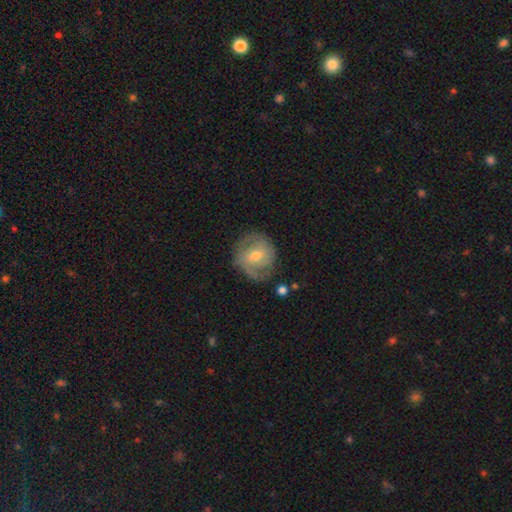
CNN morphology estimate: type=featured or disk (62%); edge-on=no (96%); bar=weak (45%); spiral arms=yes (79%); bulge=moderate (67%); merging=none (67%).